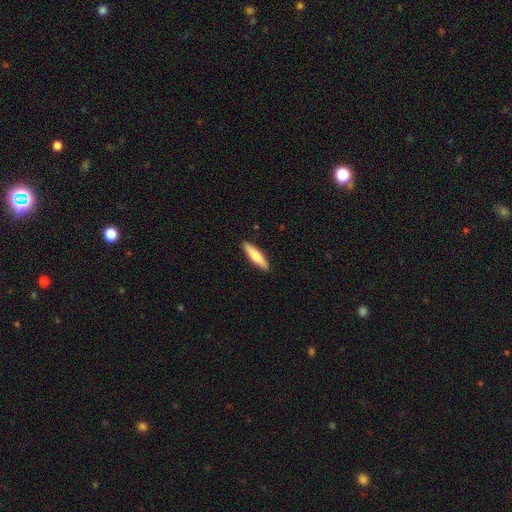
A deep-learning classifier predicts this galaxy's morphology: smooth_or_featured: smooth (p=0.71) [alt: featured or disk p=0.23]
how_rounded: cigar-shaped (p=0.68) [alt: in between p=0.30]
merging: none (p=0.90) [alt: minor disturbance p=0.08]